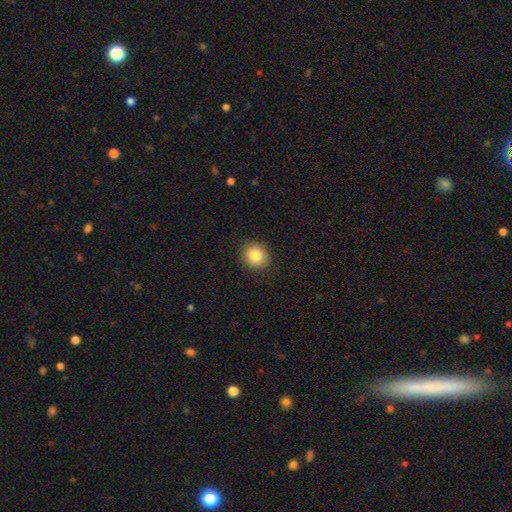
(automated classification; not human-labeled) Smooth or featured? smooth (84%)
How rounded? round (72%)
Merging? none (87%)